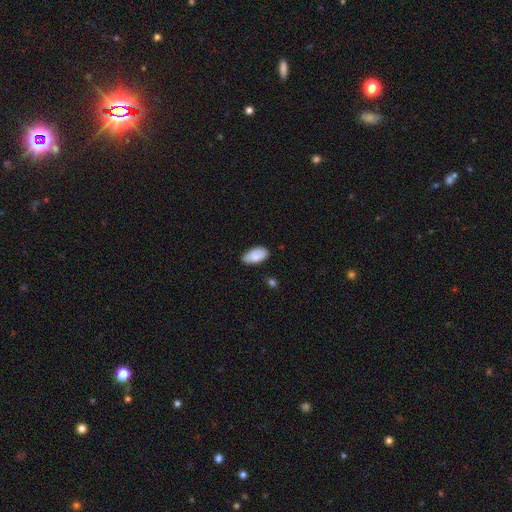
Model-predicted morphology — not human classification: smooth-or-featured: smooth: 82% | featured or disk: 12% | star or artifact: 6%
  how-rounded: in between: 94% | cigar-shaped: 3% | round: 2%
  merging: none: 71% | minor disturbance: 24% | major disturbance: 3% | merger: 2%